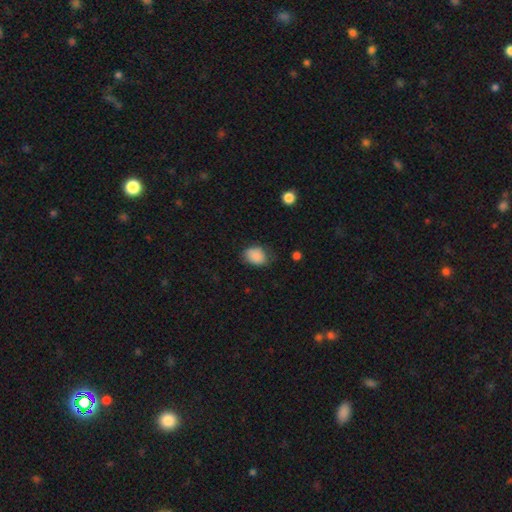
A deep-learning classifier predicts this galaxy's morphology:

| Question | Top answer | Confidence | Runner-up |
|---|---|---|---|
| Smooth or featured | smooth | 87% | star or artifact (8%) |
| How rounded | in between | 66% | round (33%) |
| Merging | none | 64% | minor disturbance (28%) |